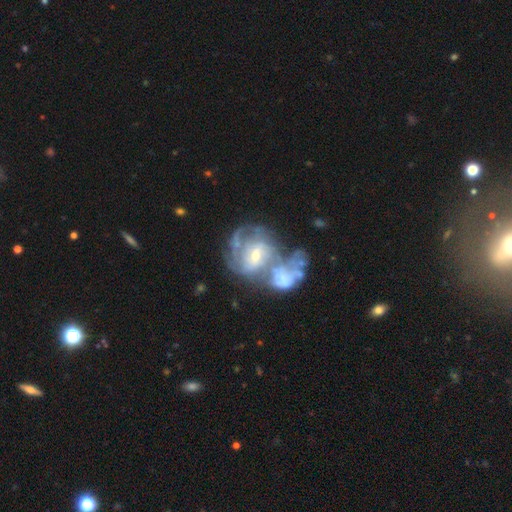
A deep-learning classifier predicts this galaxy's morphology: Smooth or featured? Predicted: featured or disk (p=0.80). Edge-on disk? Predicted: no (p=0.97). Bar? Predicted: no (p=0.45). Spiral arms? Predicted: yes (p=0.82). Spiral winding? Predicted: tight (p=0.48). Spiral arm count? Predicted: can't tell (p=0.47). Bulge size? Predicted: small (p=0.55). Merging? Predicted: merger (p=0.59).